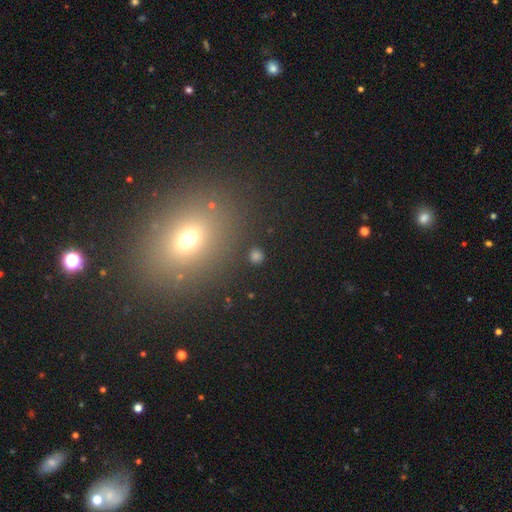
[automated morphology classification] smooth 68%, star or artifact 24%, featured or disk 8%. Down the decision tree: how rounded — round (77%); merging — none (85%).